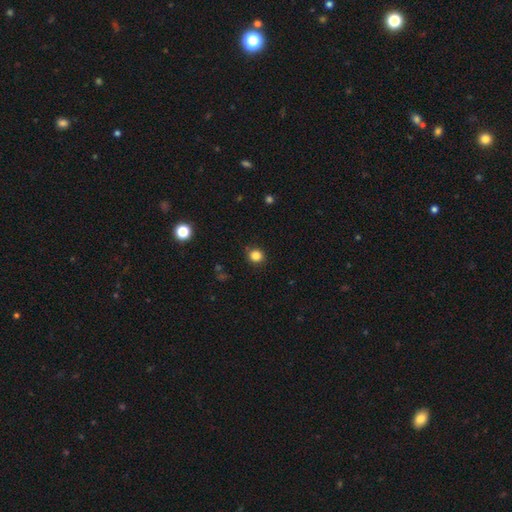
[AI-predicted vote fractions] Q: Smooth or featured?
A: smooth (83%); runner-up: star or artifact (12%)
Q: How rounded?
A: round (88%); runner-up: in between (11%)
Q: Merging?
A: none (88%); runner-up: minor disturbance (8%)